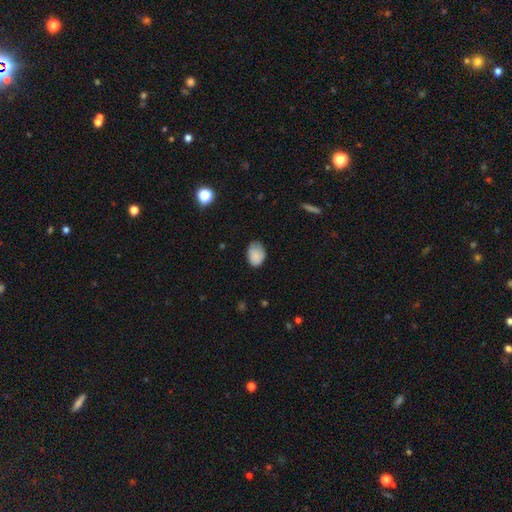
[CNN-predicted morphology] Smooth or featured?
  - smooth: 86% *
  - star or artifact: 8%
  - featured or disk: 6%
How rounded?
  - in between: 78% *
  - round: 21%
  - cigar-shaped: 1%
Merging?
  - none: 67% *
  - minor disturbance: 27%
  - major disturbance: 5%
  - merger: 1%